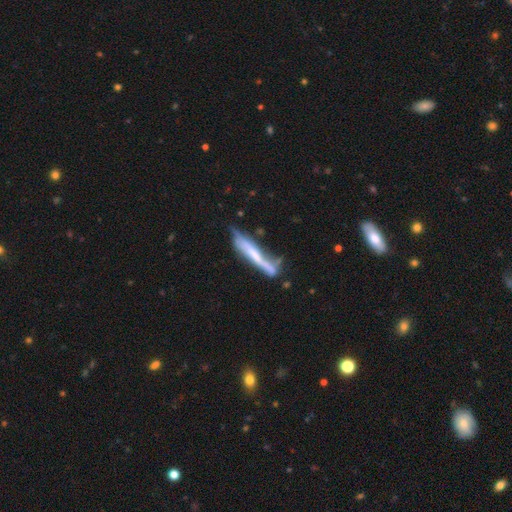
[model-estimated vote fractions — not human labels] Smooth or featured? Predicted: featured or disk (p=0.53). Edge-on disk? Predicted: yes (p=0.77). Merging? Predicted: none (p=0.46).